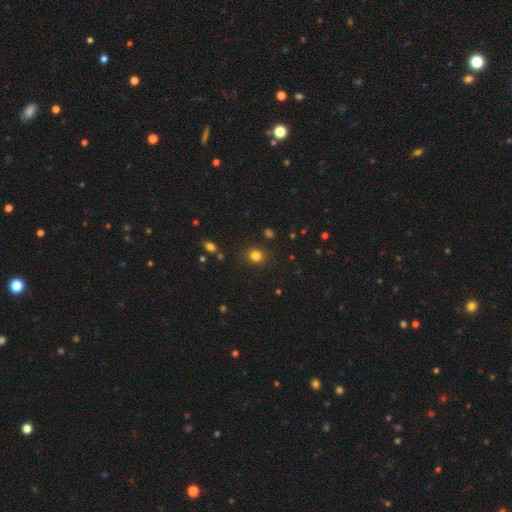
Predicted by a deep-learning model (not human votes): Overall: smooth (81%). How rounded: round (78%). Merging: none (88%).